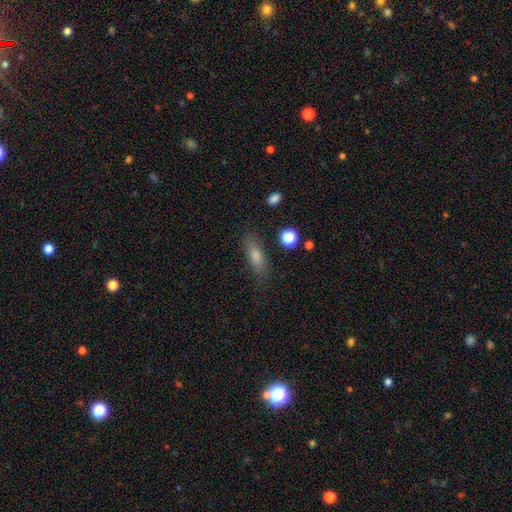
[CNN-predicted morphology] This appears to be a smooth galaxy with no disk features (69%) that is in between round and cigar-shaped (49%). Merging: none (82%).